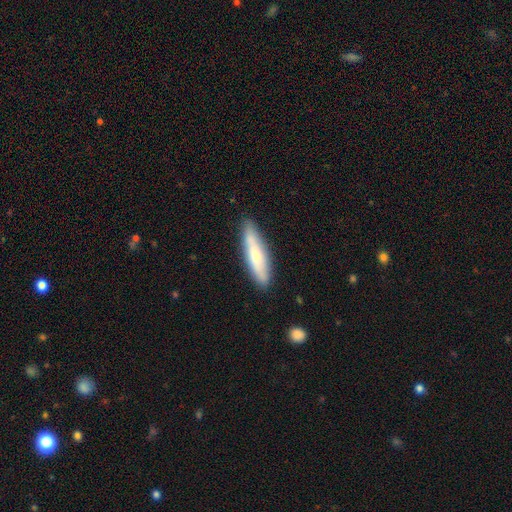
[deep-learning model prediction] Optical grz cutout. It shows a smooth galaxy with no disk features (63%) that is cigar-shaped (75%). Merging: none (84%).